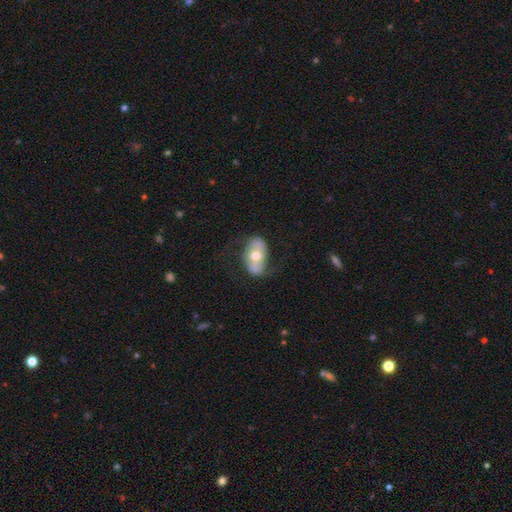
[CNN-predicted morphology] featured or disk 56%, smooth 38%, star or artifact 7%. Down the decision tree: edge-on disk — no (91%); bar — no (46%); spiral arms — yes (63%); bulge size — moderate (75%); merging — none (64%).